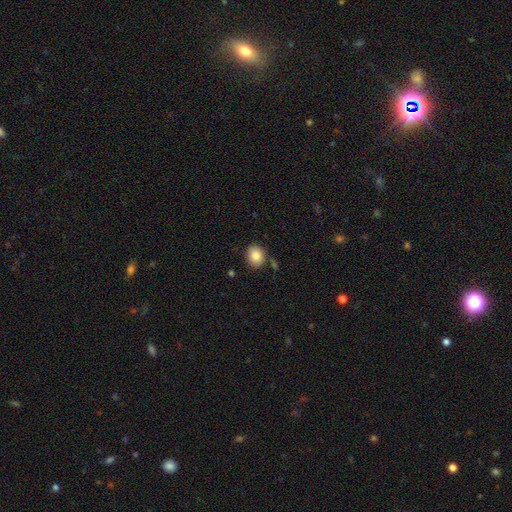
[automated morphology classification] type=smooth (85%); roundness=round (53%); merging=none (81%).